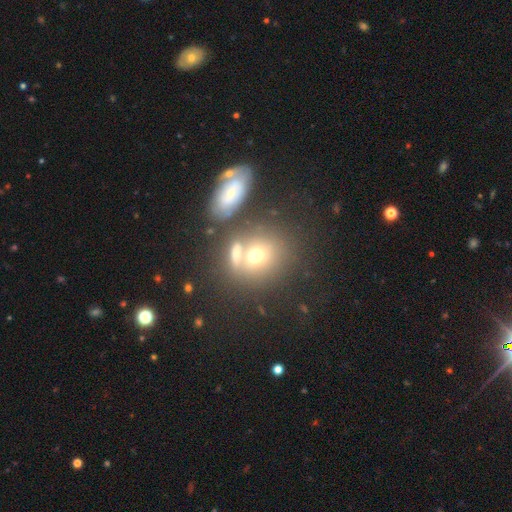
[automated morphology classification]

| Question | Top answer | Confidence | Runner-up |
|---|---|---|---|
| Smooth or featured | smooth | 63% | featured or disk (23%) |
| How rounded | round | 60% | in between (37%) |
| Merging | none | 46% | merger (37%) |